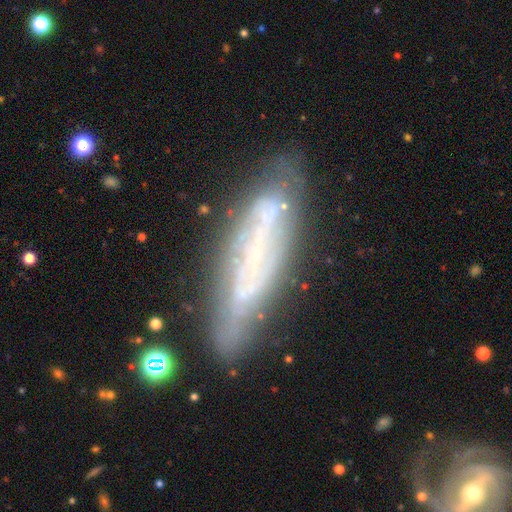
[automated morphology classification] This appears to be a featured or disk galaxy (67%) viewed edge-on (55%). Merging: none (66%).